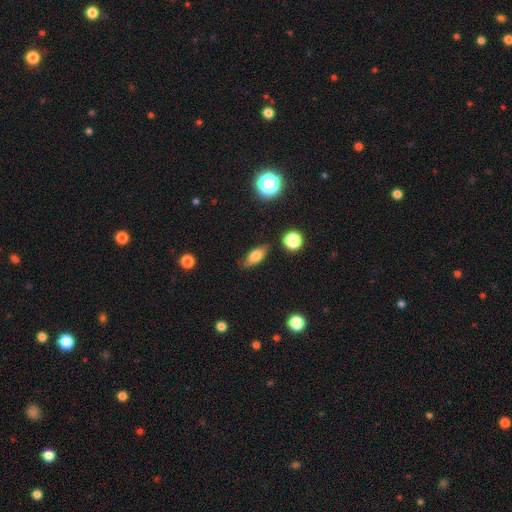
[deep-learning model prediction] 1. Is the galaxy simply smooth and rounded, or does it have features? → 71% smooth, 20% featured or disk, 9% star or artifact.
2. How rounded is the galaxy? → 75% in between, 19% cigar-shaped, 6% round.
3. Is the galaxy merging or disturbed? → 82% none, 13% minor disturbance, 3% major disturbance, 2% merger.